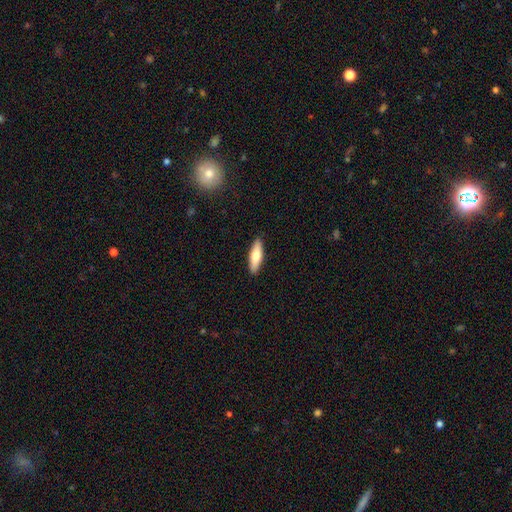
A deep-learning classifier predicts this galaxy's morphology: The model was most divided on "how rounded": cigar-shaped: 53%, in between: 45%, round: 2%. More confident: merging — none (90%); smooth or featured — smooth (69%).